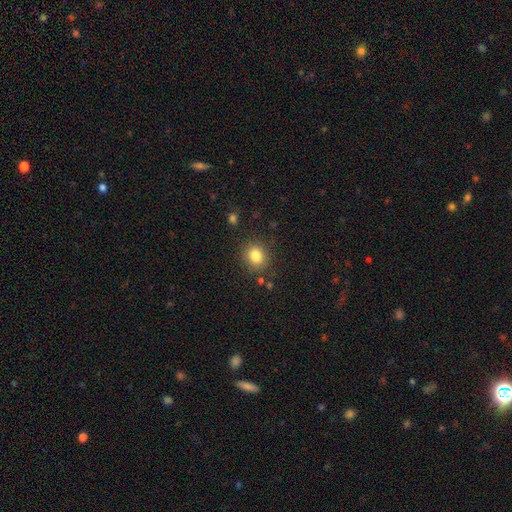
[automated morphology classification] type=smooth (83%); roundness=round (68%); merging=none (84%).